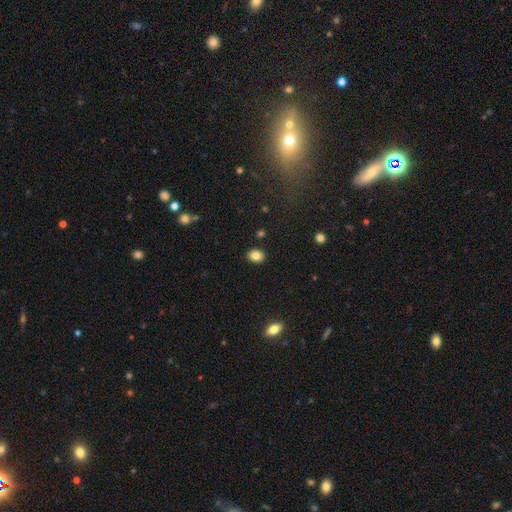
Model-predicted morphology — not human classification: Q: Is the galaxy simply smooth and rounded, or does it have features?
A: smooth — 84%.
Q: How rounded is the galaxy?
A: in between — 60%.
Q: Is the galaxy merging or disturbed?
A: none — 89%.